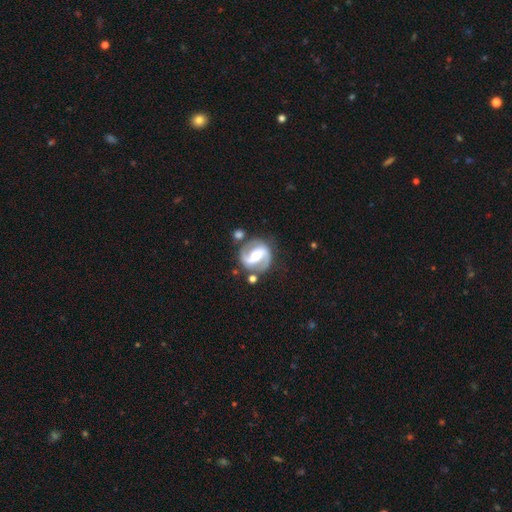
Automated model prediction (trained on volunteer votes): featured or disk 88%, smooth 7%, star or artifact 5%. Down the decision tree: edge-on disk — no (98%); bar — strong (50%); spiral arms — yes (96%); spiral arm count — 2 (93%); spiral winding — medium (55%); bulge size — moderate (64%); merging — none (77%).